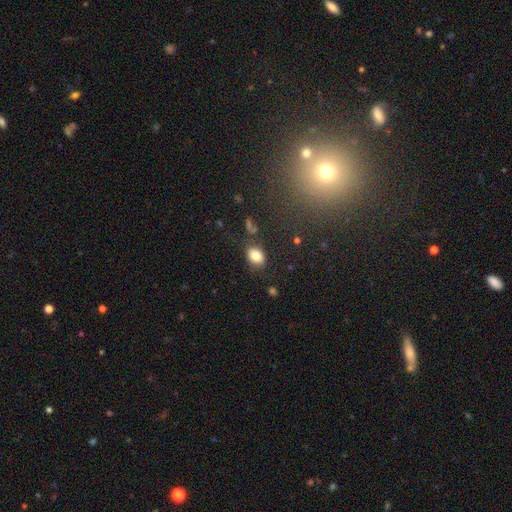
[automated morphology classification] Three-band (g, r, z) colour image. It shows a smooth galaxy with no disk features (82%) that is in between round and cigar-shaped (75%). Merging: none (78%).